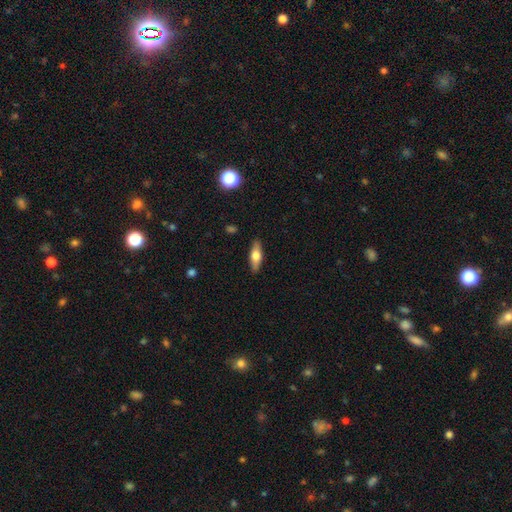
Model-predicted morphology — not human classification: Q: Smooth or featured?
A: smooth (56%); runner-up: featured or disk (37%)
Q: How rounded?
A: in between (56%); runner-up: cigar-shaped (41%)
Q: Merging?
A: none (88%); runner-up: minor disturbance (9%)